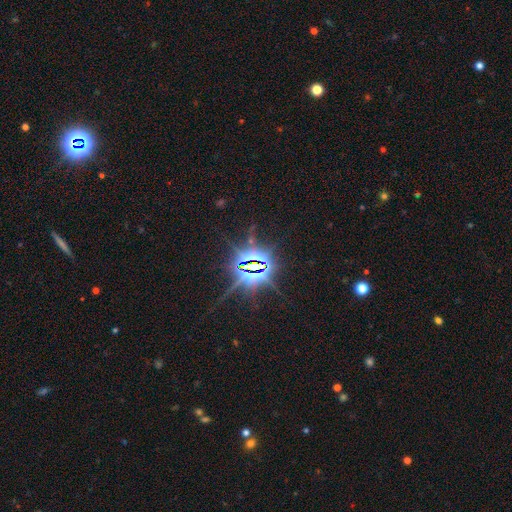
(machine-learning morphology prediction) The model was most divided on "smooth or featured": star or artifact: 86%, smooth: 7%, featured or disk: 7%.